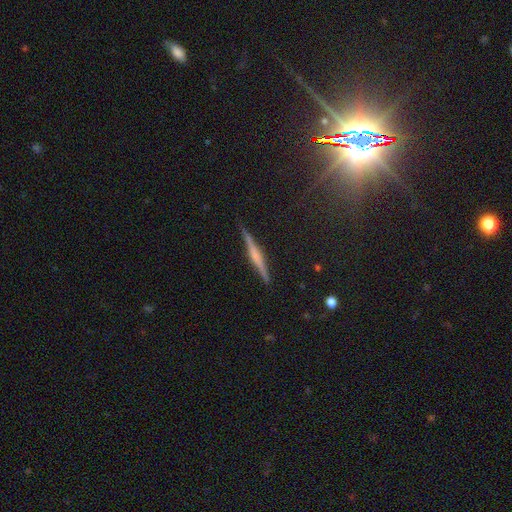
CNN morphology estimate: Smooth or featured?
  - featured or disk: 65% *
  - smooth: 24%
  - star or artifact: 10%
Edge-on disk?
  - yes: 98% *
  - no: 2%
Edge-on bulge?
  - rounded: 47% *
  - none: 27%
  - boxy: 26%
Merging?
  - none: 89% *
  - minor disturbance: 8%
  - major disturbance: 2%
  - merger: 1%